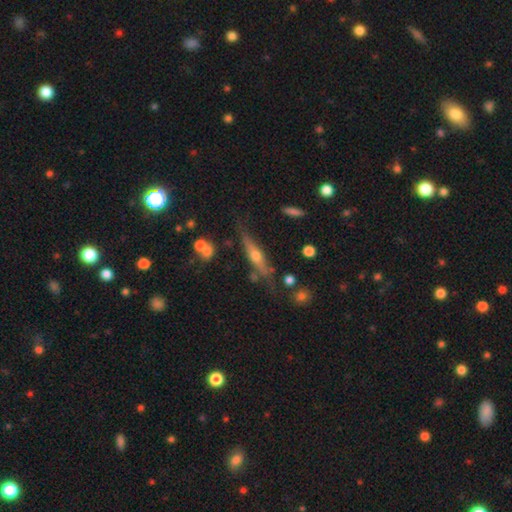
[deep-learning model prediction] Morphology: type=featured or disk (64%); edge-on=yes (90%); edge-on bulge=rounded (89%); merging=none (69%).